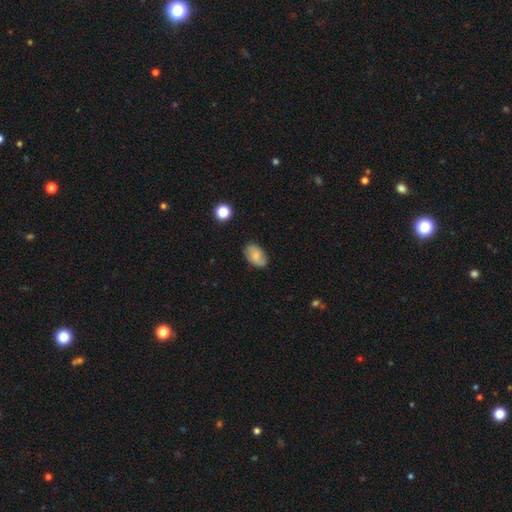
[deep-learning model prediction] A smooth galaxy with no disk features (73%) that is in between round and cigar-shaped (89%).

Vote fractions:
- Smooth or featured? smooth: 73% / featured or disk: 19% / star or artifact: 8%
- How rounded? in between: 89% / round: 10% / cigar-shaped: 1%
- Merging? none: 80% / minor disturbance: 16% / major disturbance: 3% / merger: 1%